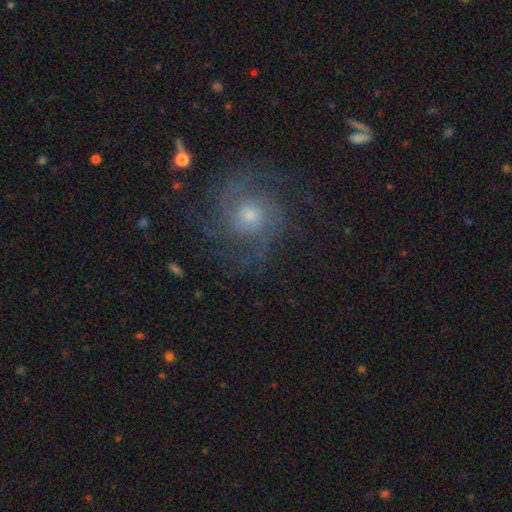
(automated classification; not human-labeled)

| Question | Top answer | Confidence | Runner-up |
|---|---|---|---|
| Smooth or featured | featured or disk | 80% | star or artifact (12%) |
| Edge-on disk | no | 98% | yes (2%) |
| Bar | no | 69% | weak (25%) |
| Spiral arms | yes | 97% | no (3%) |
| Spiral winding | tight | 46% | medium (44%) |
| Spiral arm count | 2 | 56% | 3 (17%) |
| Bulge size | moderate | 53% | small (36%) |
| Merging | none | 81% | minor disturbance (11%) |